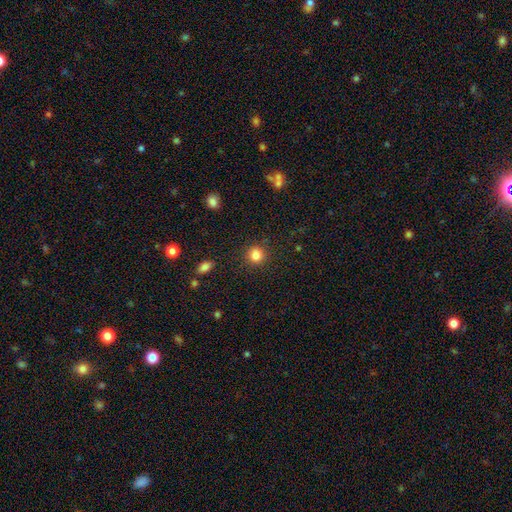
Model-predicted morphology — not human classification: Smooth or featured? Predicted: smooth (p=0.85). How rounded? Predicted: round (p=0.88). Merging? Predicted: none (p=0.88).